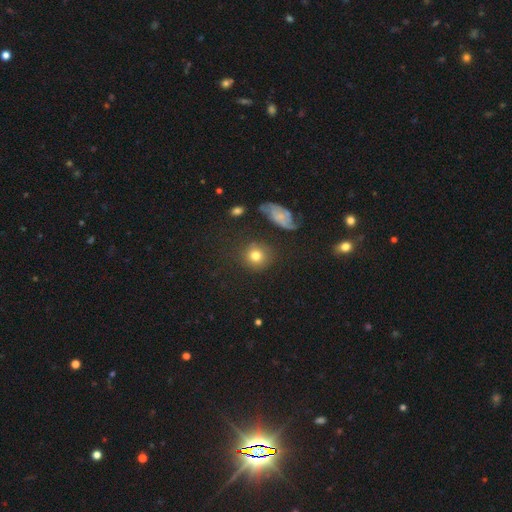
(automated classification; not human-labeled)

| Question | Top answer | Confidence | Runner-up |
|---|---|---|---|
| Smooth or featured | smooth | 73% | featured or disk (14%) |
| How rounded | round | 87% | in between (11%) |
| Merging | none | 78% | minor disturbance (12%) |